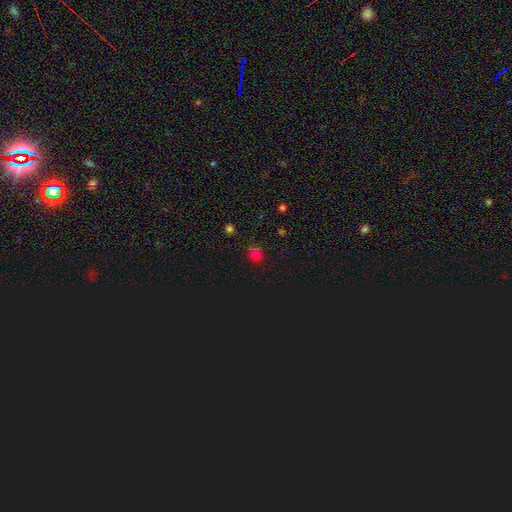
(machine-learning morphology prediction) Smooth or featured? smooth (54%)
How rounded? round (80%)
Merging? none (75%)